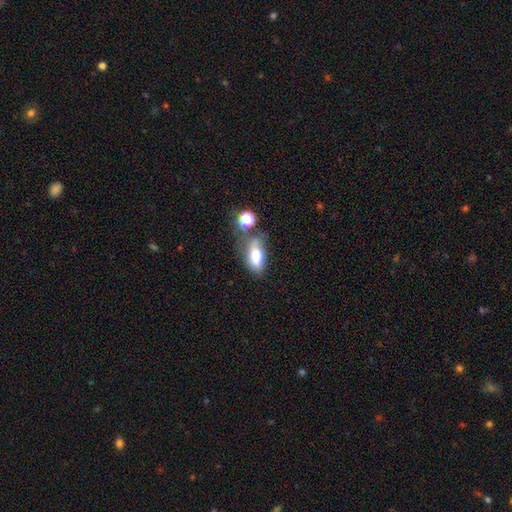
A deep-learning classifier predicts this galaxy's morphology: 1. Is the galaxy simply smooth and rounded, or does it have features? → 72% smooth, 18% featured or disk, 10% star or artifact.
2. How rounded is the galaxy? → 83% in between, 11% cigar-shaped, 6% round.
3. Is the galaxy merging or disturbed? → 47% none, 24% minor disturbance, 17% merger, 12% major disturbance.